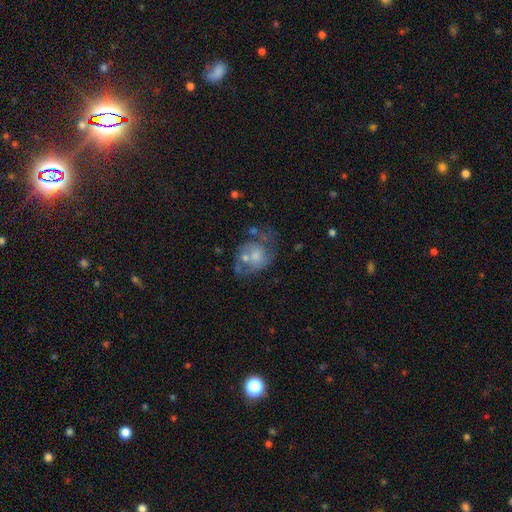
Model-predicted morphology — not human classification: This appears to be a featured or disk galaxy (56%) with no bar (81%), spiral arms (54%) and a moderate central bulge (46%). Merging: none (37%).